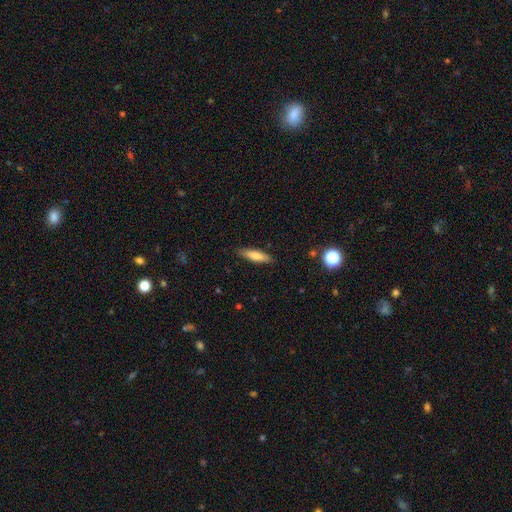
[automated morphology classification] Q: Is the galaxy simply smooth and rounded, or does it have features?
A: smooth — 75%.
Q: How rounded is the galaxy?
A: cigar-shaped — 68%.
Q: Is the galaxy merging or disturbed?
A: none — 87%.